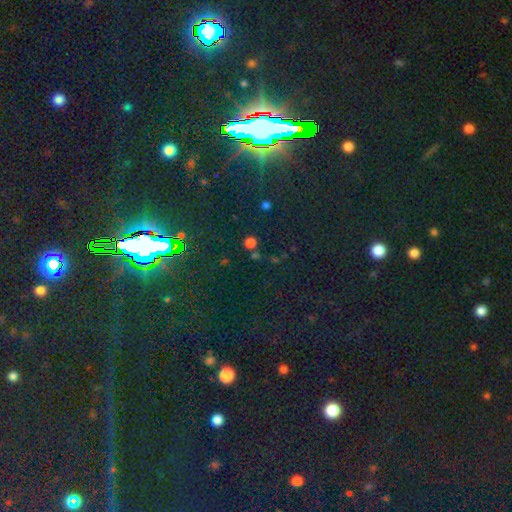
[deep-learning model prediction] A star or artifact, not a galaxy (72%).